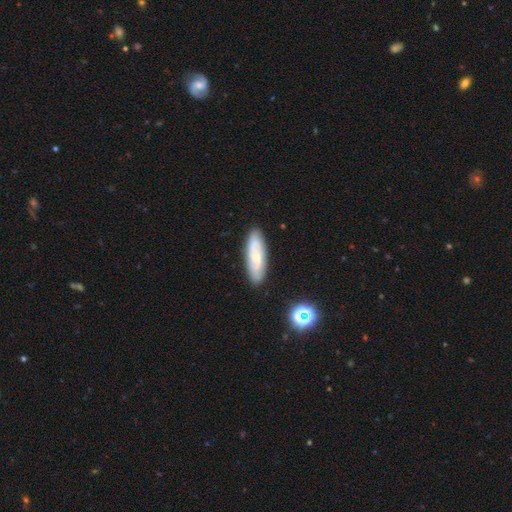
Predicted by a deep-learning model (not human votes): A smooth galaxy with no disk features (51%) that is cigar-shaped (54%).

Vote fractions:
- Smooth or featured? smooth: 51% / featured or disk: 42% / star or artifact: 8%
- How rounded? cigar-shaped: 54% / in between: 44% / round: 2%
- Merging? none: 87% / minor disturbance: 9% / major disturbance: 2% / merger: 2%